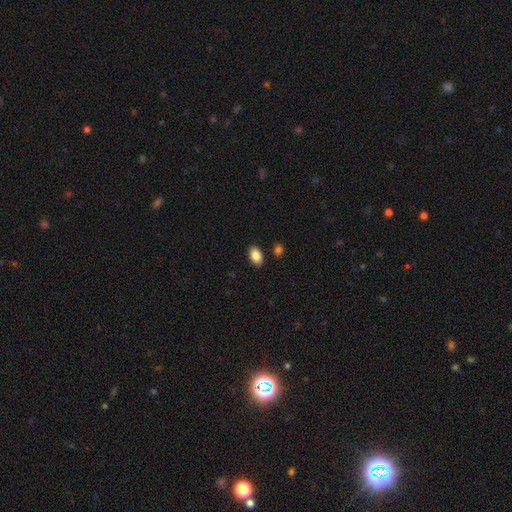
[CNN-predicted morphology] A smooth galaxy with no disk features (87%) that is in between round and cigar-shaped (91%). Merging: none (87%).